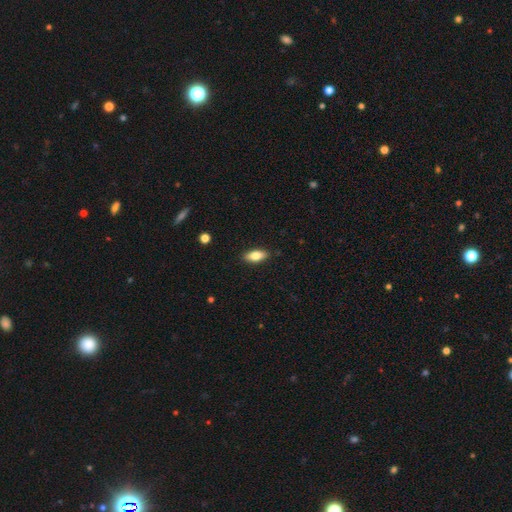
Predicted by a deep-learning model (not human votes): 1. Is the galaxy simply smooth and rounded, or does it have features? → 77% smooth, 16% featured or disk, 7% star or artifact.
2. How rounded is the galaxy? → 83% in between, 14% cigar-shaped, 3% round.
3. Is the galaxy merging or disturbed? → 89% none, 8% minor disturbance, 2% major disturbance, 1% merger.